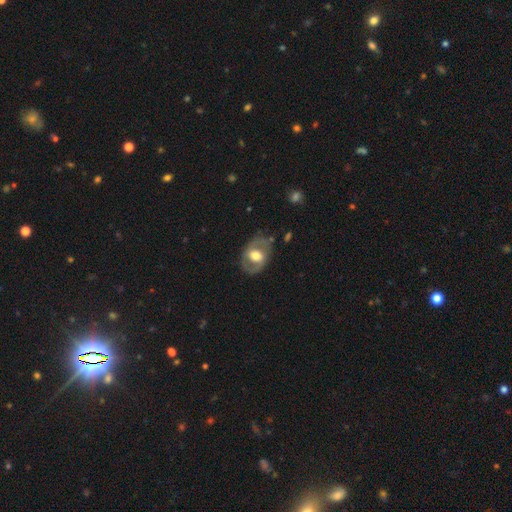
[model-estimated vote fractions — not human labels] A featured or disk galaxy (59%) with no bar (51%), spiral arms (52%) and a moderate central bulge (57%). Merging: none (74%).